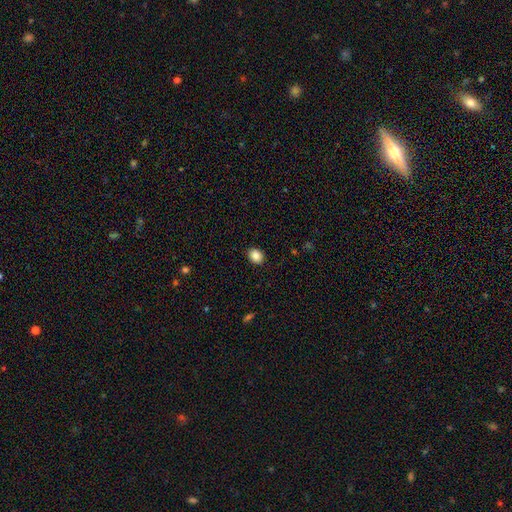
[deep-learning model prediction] A smooth galaxy with no disk features (88%) that is in between round and cigar-shaped (52%).

Vote fractions:
- Smooth or featured? smooth: 88% / star or artifact: 9% / featured or disk: 4%
- How rounded? in between: 52% / round: 47% / cigar-shaped: 1%
- Merging? none: 90% / minor disturbance: 7% / major disturbance: 2% / merger: 1%